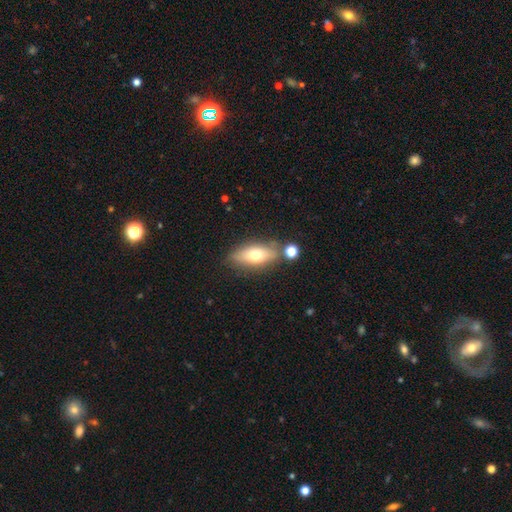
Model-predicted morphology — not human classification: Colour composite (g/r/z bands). It shows a smooth galaxy with no disk features (62%) that is in between round and cigar-shaped (74%). Merging: none (71%).